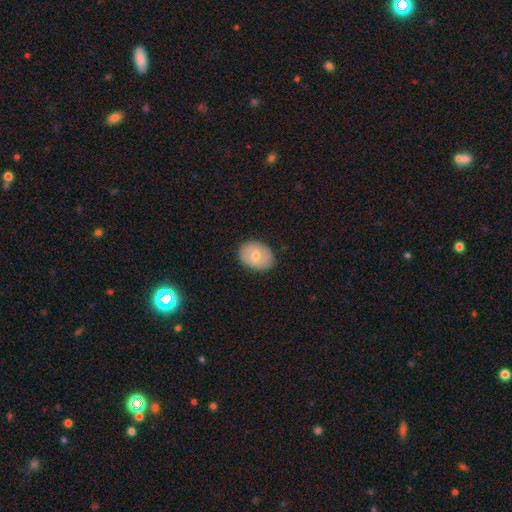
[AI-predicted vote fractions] Smooth or featured?
  - smooth: 70% *
  - featured or disk: 23%
  - star or artifact: 7%
How rounded?
  - in between: 64% *
  - round: 35%
  - cigar-shaped: 1%
Merging?
  - none: 85% *
  - minor disturbance: 12%
  - major disturbance: 2%
  - merger: 1%